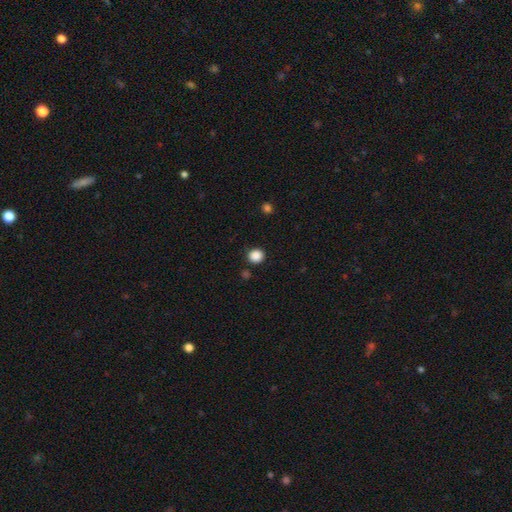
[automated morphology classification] A smooth galaxy with no disk features (87%) that is round (88%). Merging: none (88%).